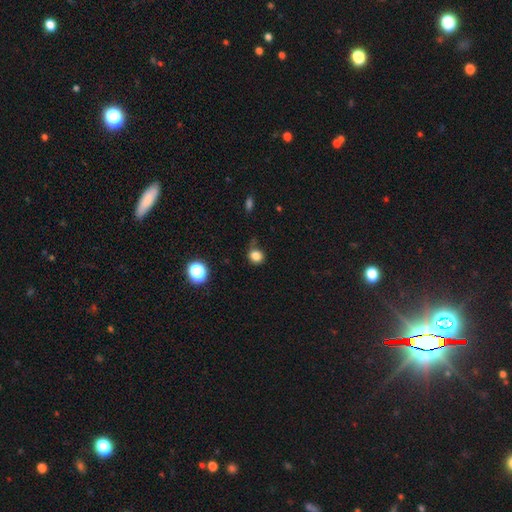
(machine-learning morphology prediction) Q: Smooth or featured?
A: smooth (82%); runner-up: star or artifact (13%)
Q: How rounded?
A: round (82%); runner-up: in between (17%)
Q: Merging?
A: none (69%); runner-up: minor disturbance (20%)